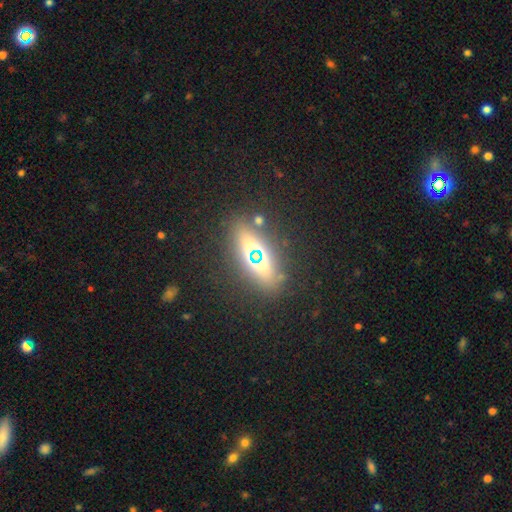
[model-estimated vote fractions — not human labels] star or artifact 46%, smooth 35%, featured or disk 19%.